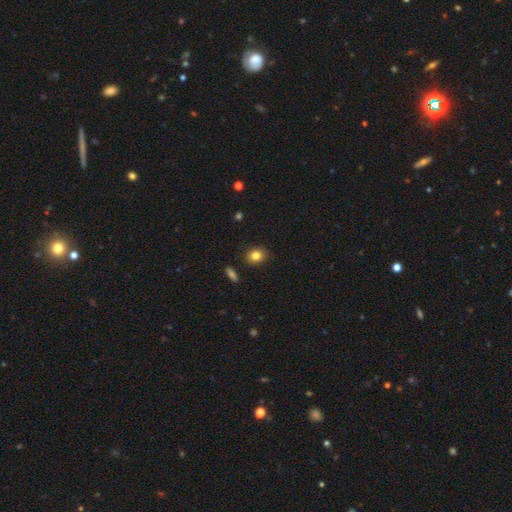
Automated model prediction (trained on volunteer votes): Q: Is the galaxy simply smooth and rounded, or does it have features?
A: smooth — 83%.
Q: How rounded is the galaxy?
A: round — 56%.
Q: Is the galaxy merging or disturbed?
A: none — 88%.